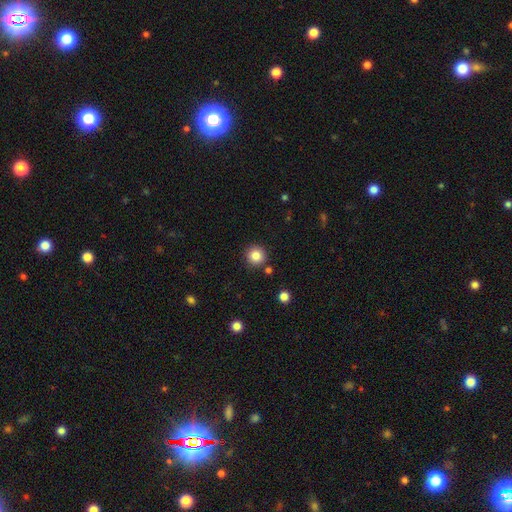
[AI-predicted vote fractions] Overall: smooth (84%). How rounded: round (95%). Merging: none (88%).